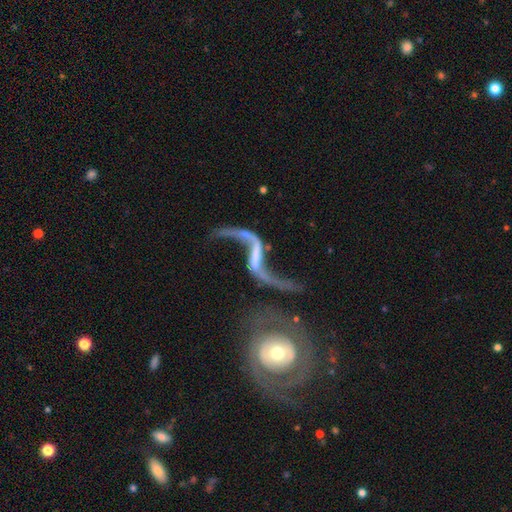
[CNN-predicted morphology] A featured or disk galaxy (89%) with a strong bar (48%), 2 (92%) loose (96%) spiral arms (93%) and no central bulge (60%).

Vote fractions:
- Smooth or featured? featured or disk: 89% / star or artifact: 6% / smooth: 5%
- Edge-on disk? no: 94% / yes: 6%
- Bar? strong: 48% / weak: 31% / no: 20%
- Spiral arms? yes: 93% / no: 7%
- Spiral winding? loose: 96% / medium: 2% / tight: 1%
- Spiral arm count? 2: 92% / 1: 4% / can't tell: 1% / 3: 1% / 4: 1% / more than 4: 1%
- Bulge size? none: 60% / small: 23% / moderate: 11% / large: 4% / dominant: 2%
- Merging? none: 49% / major disturbance: 20% / merger: 16% / minor disturbance: 15%